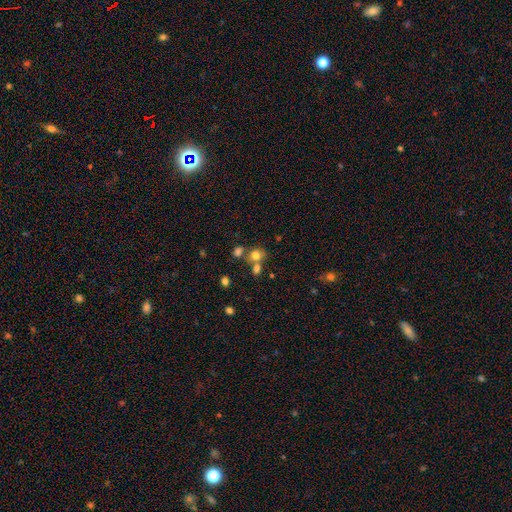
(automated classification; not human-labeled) This is likely a smooth galaxy (73%). How rounded: likely round (71%). Merging: possibly none (49%).